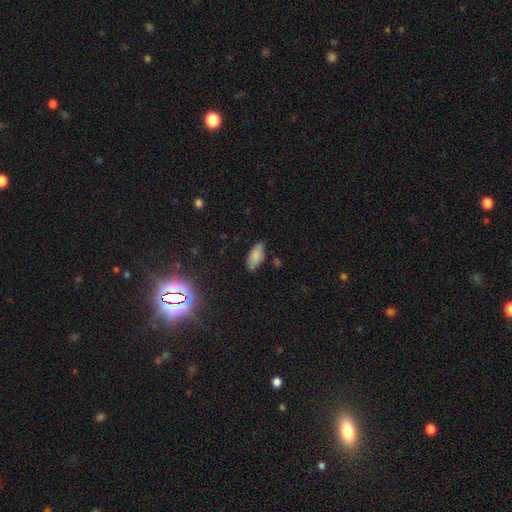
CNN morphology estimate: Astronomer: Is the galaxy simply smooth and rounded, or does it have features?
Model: smooth — 83%.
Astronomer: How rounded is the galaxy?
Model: in between — 89%.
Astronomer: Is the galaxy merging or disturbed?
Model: none — 81%.